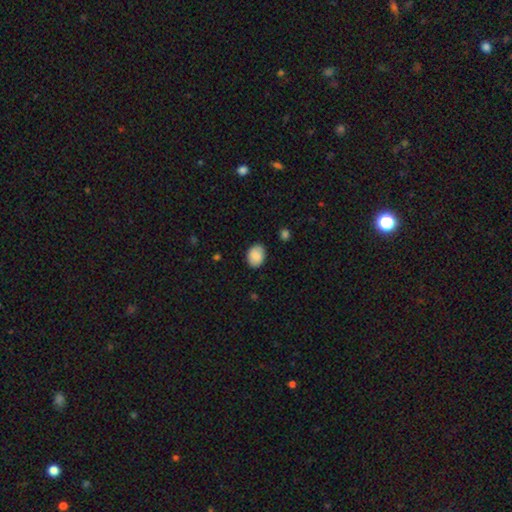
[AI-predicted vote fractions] smooth 86%, star or artifact 7%, featured or disk 7%. Down the decision tree: how rounded — in between (66%); merging — none (86%).